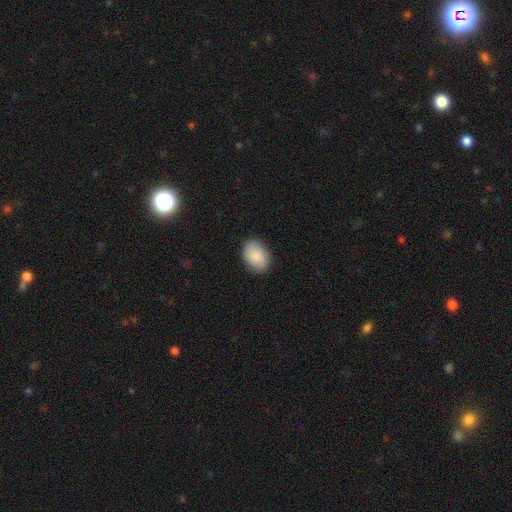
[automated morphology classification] This is clearly a smooth galaxy (82%). How rounded: likely in between (75%). Merging: clearly none (84%).